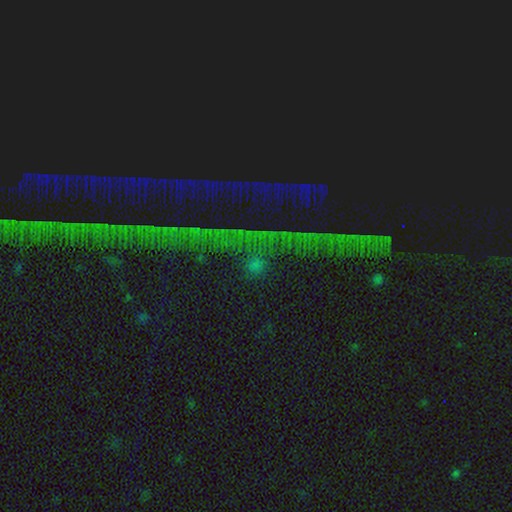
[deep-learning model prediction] A star or artifact, not a galaxy (83%).